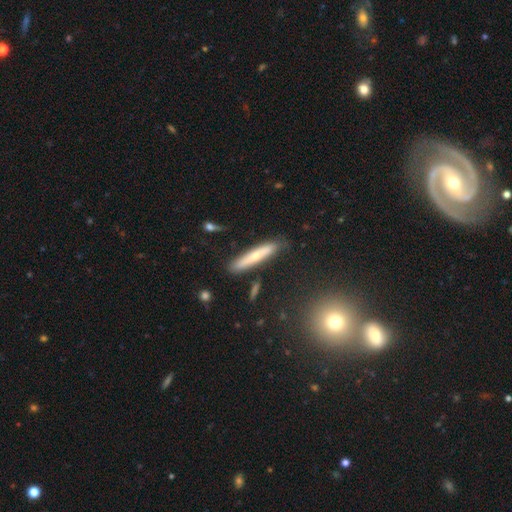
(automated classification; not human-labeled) This appears to be a smooth galaxy with no disk features (53%) that is cigar-shaped (89%). Merging: none (83%).